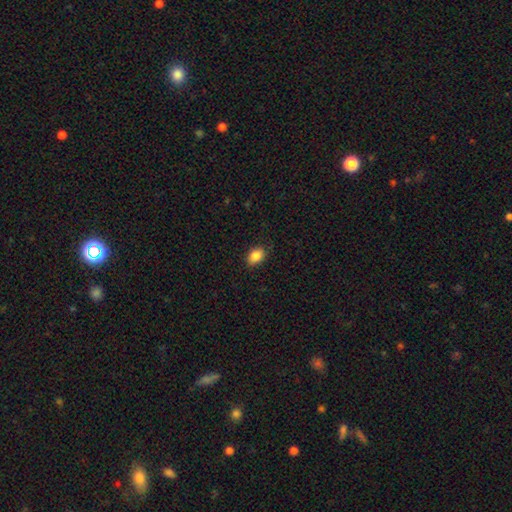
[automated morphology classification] A smooth galaxy with no disk features (88%) that is in between round and cigar-shaped (79%).

Vote fractions:
- Smooth or featured? smooth: 88% / star or artifact: 8% / featured or disk: 4%
- How rounded? in between: 79% / round: 20% / cigar-shaped: 1%
- Merging? none: 85% / minor disturbance: 12% / major disturbance: 3% / merger: 1%